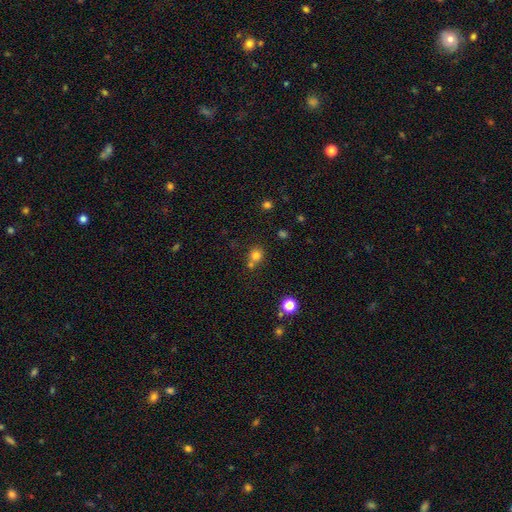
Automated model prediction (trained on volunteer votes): Smooth or featured: smooth — 77% (star or artifact — 16%)
How rounded: round — 86% (in between — 13%)
Merging: none — 58% (merger — 30%)